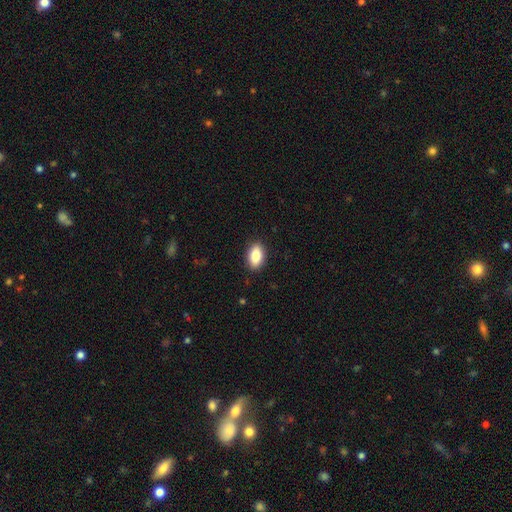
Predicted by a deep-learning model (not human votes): This is clearly a smooth galaxy (86%). How rounded: clearly in between (90%). Merging: clearly none (89%).